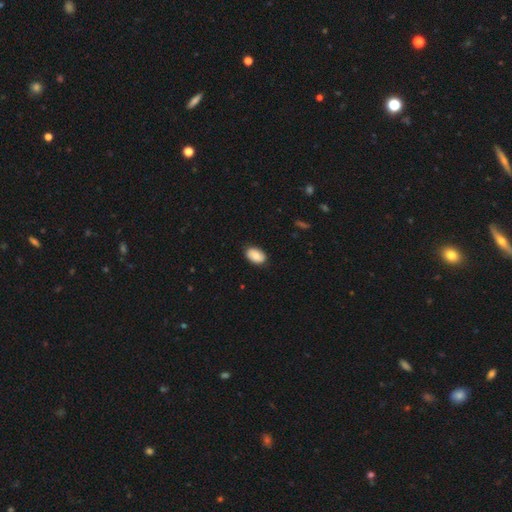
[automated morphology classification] The model was most divided on "smooth or featured": smooth: 80%, featured or disk: 14%, star or artifact: 7%. More confident: how rounded — in between (91%); merging — none (84%).